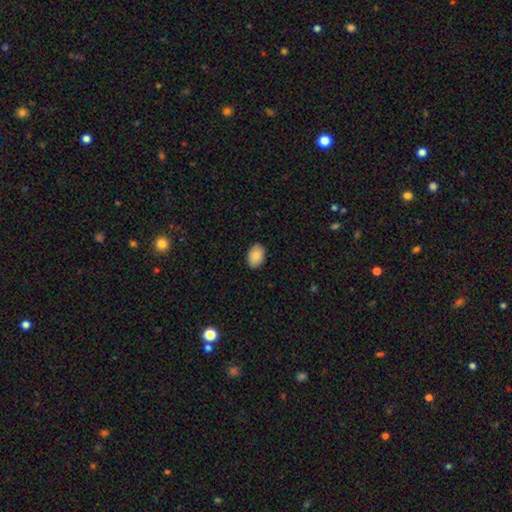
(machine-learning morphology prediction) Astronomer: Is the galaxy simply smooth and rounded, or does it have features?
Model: smooth — 89%.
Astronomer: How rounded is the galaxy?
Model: in between — 85%.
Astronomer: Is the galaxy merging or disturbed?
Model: none — 89%.